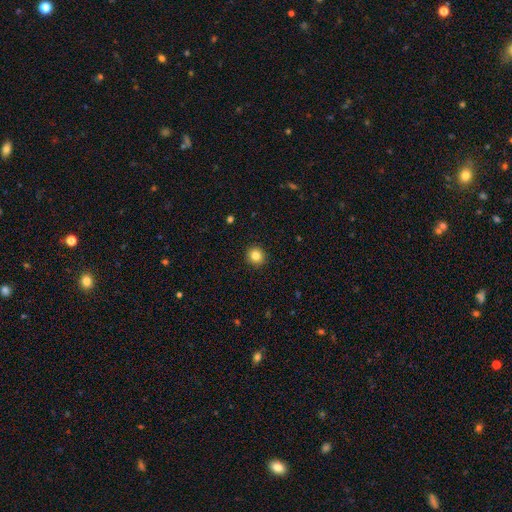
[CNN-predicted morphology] type=smooth (83%); roundness=round (92%); merging=none (92%).